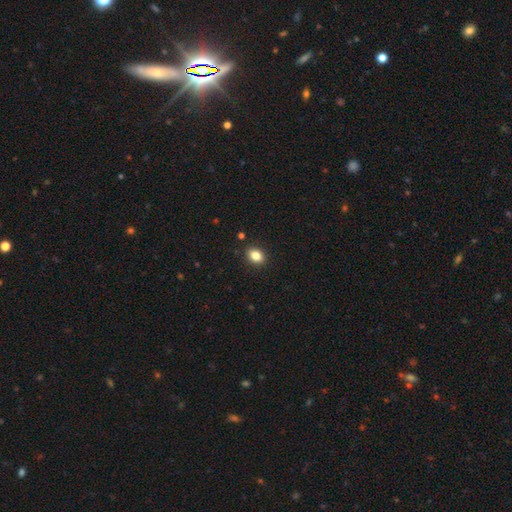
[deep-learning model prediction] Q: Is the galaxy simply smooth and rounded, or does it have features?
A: smooth — 84%.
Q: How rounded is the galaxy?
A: in between — 69%.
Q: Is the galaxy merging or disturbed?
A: none — 89%.